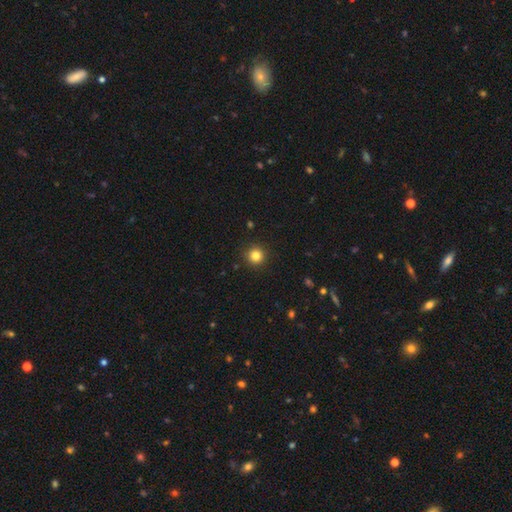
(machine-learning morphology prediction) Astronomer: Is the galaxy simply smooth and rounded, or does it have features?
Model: smooth — 83%.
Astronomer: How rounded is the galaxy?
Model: round — 95%.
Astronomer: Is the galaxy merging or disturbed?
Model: none — 92%.